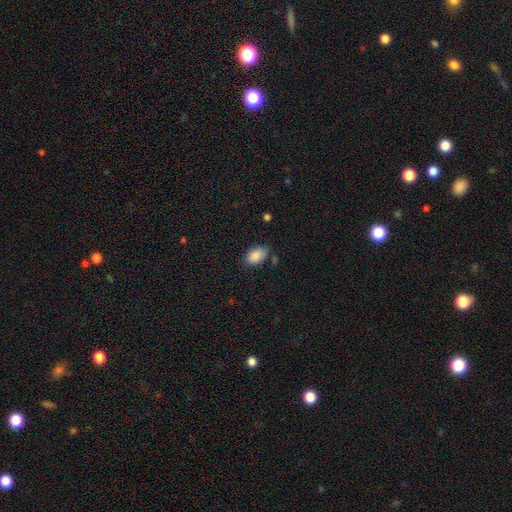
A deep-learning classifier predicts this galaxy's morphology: smooth 87%, star or artifact 7%, featured or disk 6%. Down the decision tree: how rounded — in between (92%); merging — none (73%).